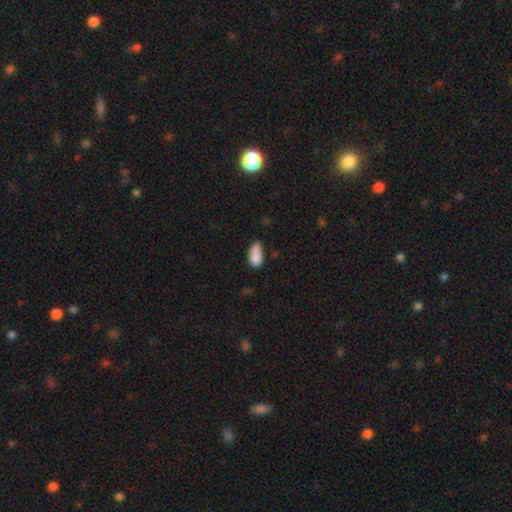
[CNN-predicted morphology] This is clearly a smooth galaxy (85%). How rounded: clearly in between (91%). Merging: marginally none (42%).